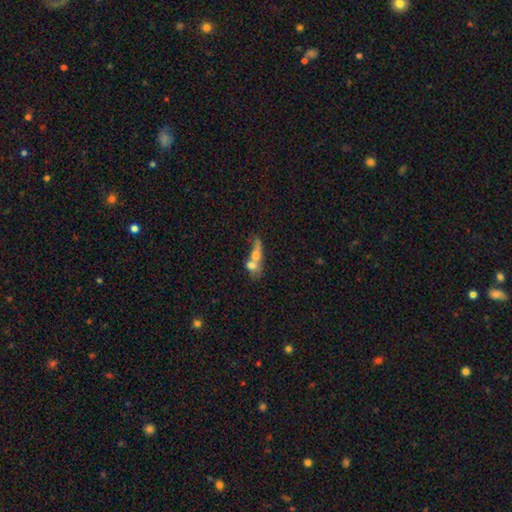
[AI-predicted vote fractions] Smooth or featured: smooth — 51% (featured or disk — 38%)
How rounded: in between — 44% (cigar-shaped — 33%)
Merging: merger — 61% (none — 21%)